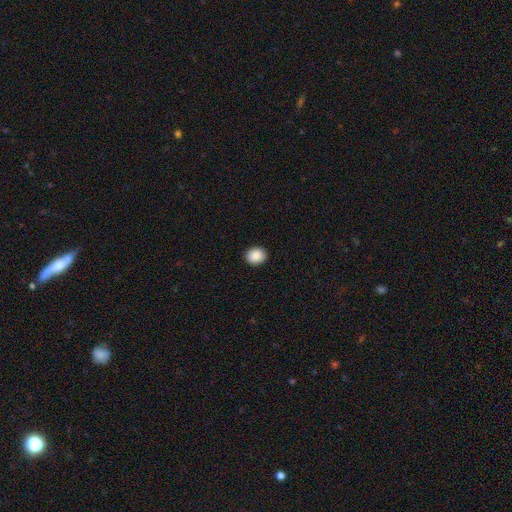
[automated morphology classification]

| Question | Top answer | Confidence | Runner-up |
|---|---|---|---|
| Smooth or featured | smooth | 89% | star or artifact (7%) |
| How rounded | round | 59% | in between (40%) |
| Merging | none | 90% | minor disturbance (7%) |